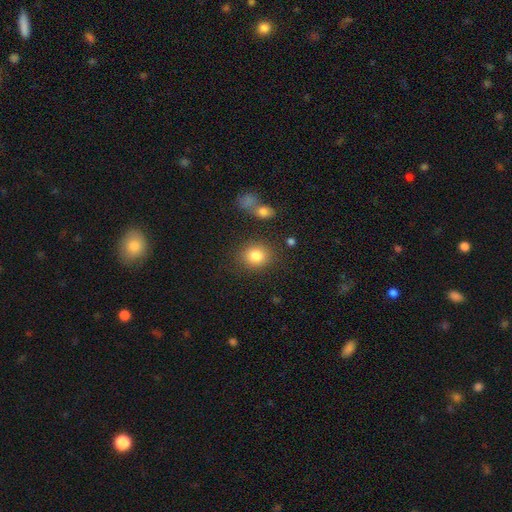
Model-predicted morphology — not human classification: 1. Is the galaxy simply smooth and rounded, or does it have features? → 82% smooth, 10% star or artifact, 7% featured or disk.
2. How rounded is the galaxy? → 74% round, 25% in between, 1% cigar-shaped.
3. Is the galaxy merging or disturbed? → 82% none, 10% minor disturbance, 4% merger, 4% major disturbance.